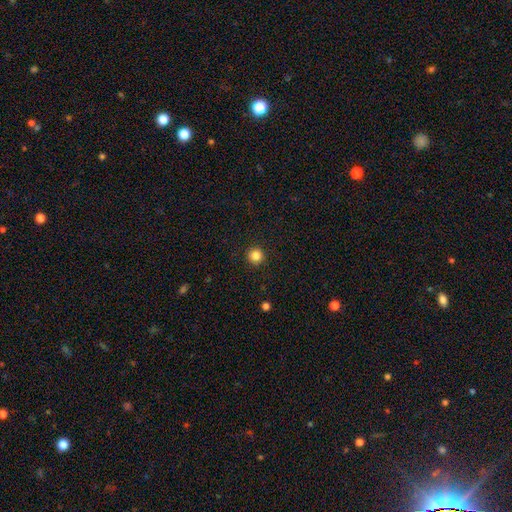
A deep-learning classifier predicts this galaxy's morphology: A smooth galaxy with no disk features (84%) that is round (96%).

Vote fractions:
- Smooth or featured? smooth: 84% / star or artifact: 12% / featured or disk: 4%
- How rounded? round: 96% / in between: 3% / cigar-shaped: 1%
- Merging? none: 93% / minor disturbance: 4% / major disturbance: 2% / merger: 1%